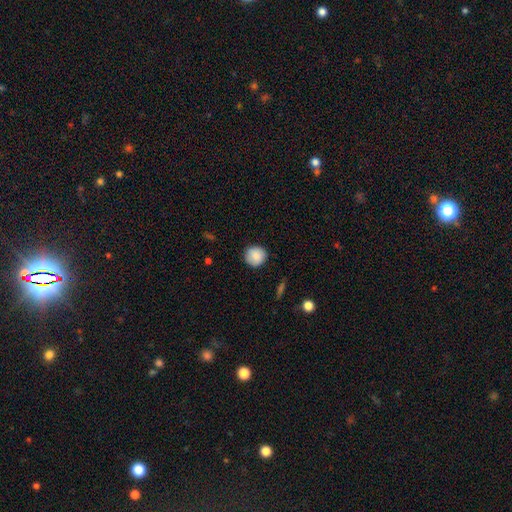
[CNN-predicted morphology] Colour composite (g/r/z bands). It shows a smooth galaxy with no disk features (85%) that is round (93%). Merging: none (87%).